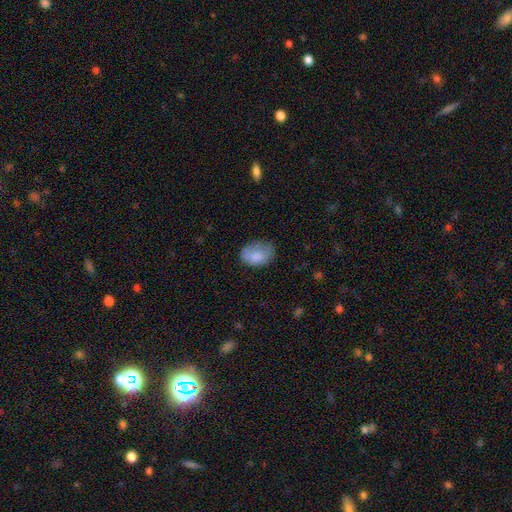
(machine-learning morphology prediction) smooth 80%, featured or disk 13%, star or artifact 7%. Down the decision tree: how rounded — in between (78%); merging — none (57%).